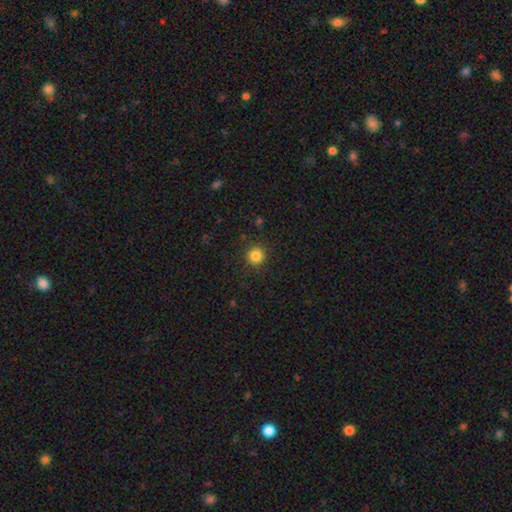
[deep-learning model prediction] This is clearly a smooth galaxy (84%). How rounded: clearly round (95%). Merging: clearly none (90%).